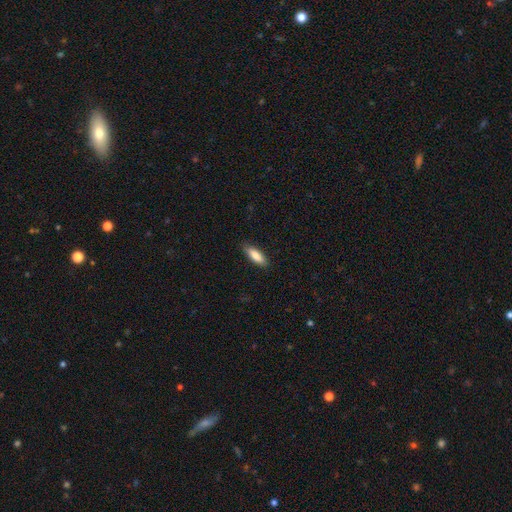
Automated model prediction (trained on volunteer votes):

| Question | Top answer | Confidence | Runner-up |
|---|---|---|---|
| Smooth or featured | smooth | 84% | featured or disk (11%) |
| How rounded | in between | 58% | cigar-shaped (41%) |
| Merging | none | 85% | minor disturbance (12%) |